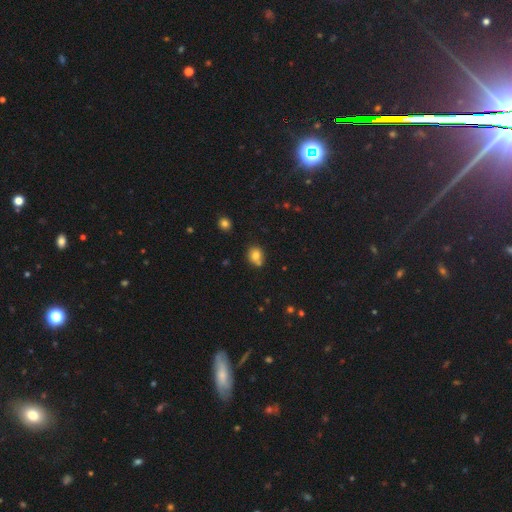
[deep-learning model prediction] smooth_or_featured: smooth (p=0.78) [alt: star or artifact p=0.12]
how_rounded: round (p=0.69) [alt: in between p=0.30]
merging: none (p=0.60) [alt: minor disturbance p=0.18]